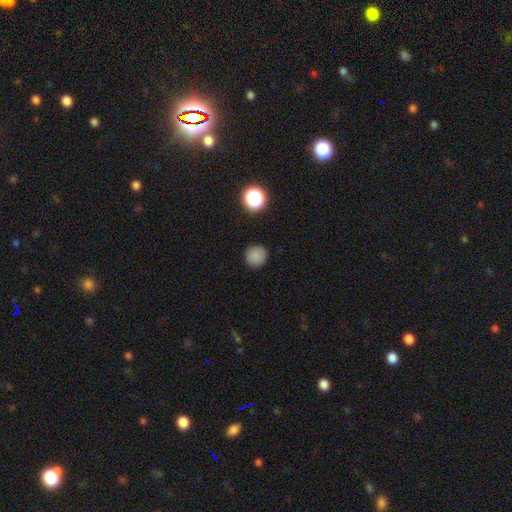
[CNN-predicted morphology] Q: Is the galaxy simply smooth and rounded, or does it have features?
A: smooth — 83%.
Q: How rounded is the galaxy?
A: round — 94%.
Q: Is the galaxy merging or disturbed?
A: none — 90%.